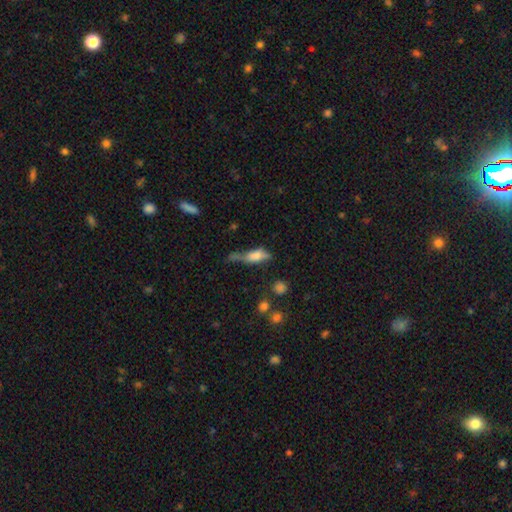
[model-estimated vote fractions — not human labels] This is possibly a smooth galaxy (56%). How rounded: possibly in between (55%). Merging: marginally none (31%).